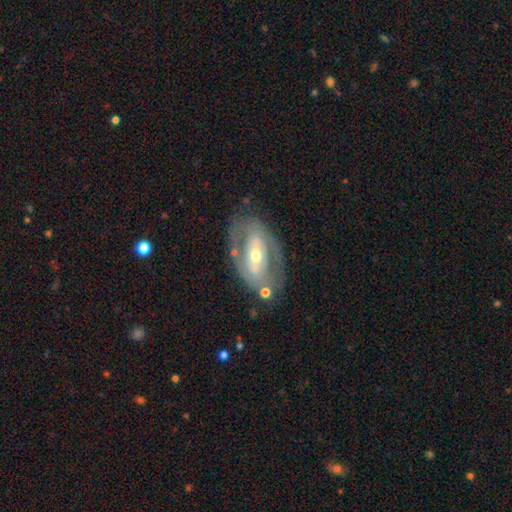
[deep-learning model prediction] Smooth or featured: featured or disk — 73% (smooth — 21%)
Edge-on disk: no — 92% (yes — 8%)
Bar: no — 43% (strong — 30%)
Spiral arms: no — 52% (yes — 48%)
Bulge size: moderate — 53% (small — 41%)
Merging: none — 66% (minor disturbance — 18%)